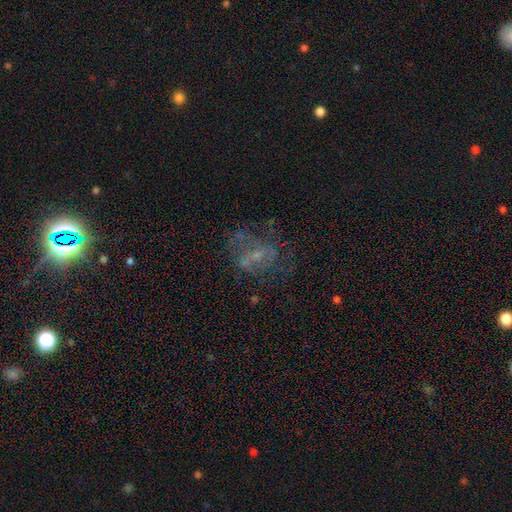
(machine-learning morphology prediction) Smooth or featured? Predicted: featured or disk (p=0.61). Edge-on disk? Predicted: no (p=0.97). Bar? Predicted: no (p=0.54). Spiral arms? Predicted: yes (p=0.57). Bulge size? Predicted: small (p=0.58). Merging? Predicted: none (p=0.52).